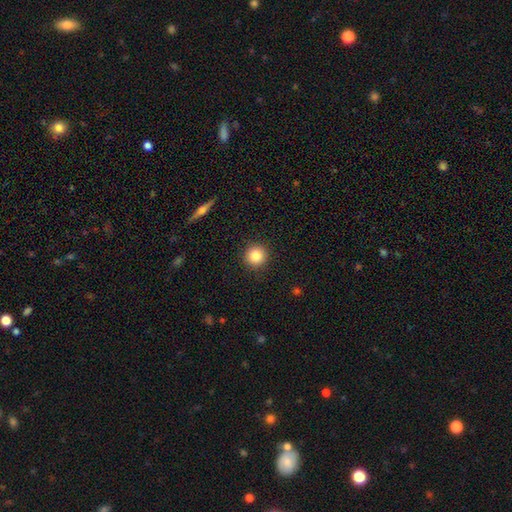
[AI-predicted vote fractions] Smooth or featured? Predicted: smooth (p=0.83). How rounded? Predicted: round (p=0.95). Merging? Predicted: none (p=0.92).